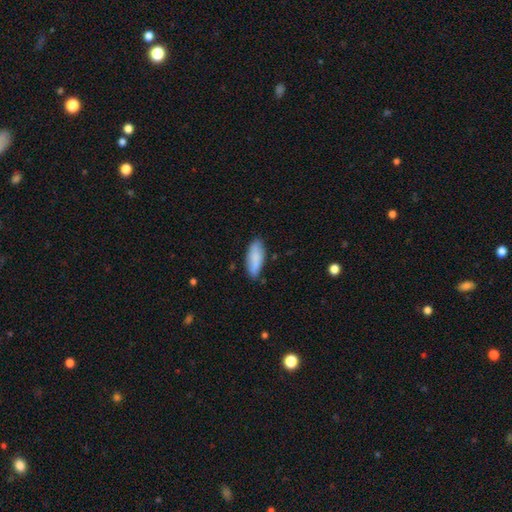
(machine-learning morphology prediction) Smooth or featured?
  - smooth: 83% *
  - featured or disk: 11%
  - star or artifact: 6%
How rounded?
  - in between: 74% *
  - cigar-shaped: 24%
  - round: 2%
Merging?
  - none: 77% *
  - minor disturbance: 18%
  - major disturbance: 3%
  - merger: 2%